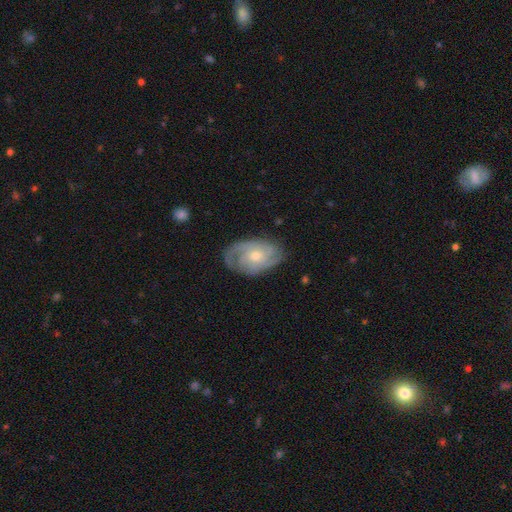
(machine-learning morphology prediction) Q: Smooth or featured?
A: featured or disk (82%); runner-up: smooth (13%)
Q: Edge-on disk?
A: no (96%); runner-up: yes (4%)
Q: Bar?
A: no (72%); runner-up: weak (24%)
Q: Spiral arms?
A: yes (95%); runner-up: no (5%)
Q: Spiral winding?
A: tight (60%); runner-up: medium (32%)
Q: Spiral arm count?
A: 2 (39%); runner-up: 3 (26%)
Q: Bulge size?
A: moderate (49%); runner-up: small (47%)
Q: Merging?
A: none (77%); runner-up: minor disturbance (17%)